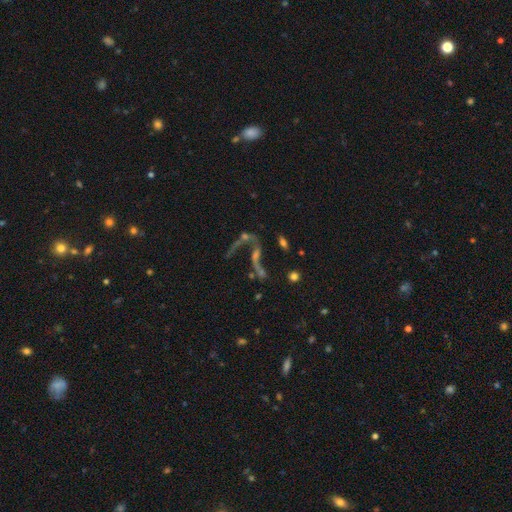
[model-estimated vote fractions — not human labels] Smooth or featured: featured or disk — 61% (star or artifact — 23%)
Edge-on disk: no — 85% (yes — 15%)
Bar: no — 62% (weak — 25%)
Spiral arms: yes — 61% (no — 39%)
Bulge size: small — 37% (tied with none — 37%)
Merging: merger — 34% (none — 33%)